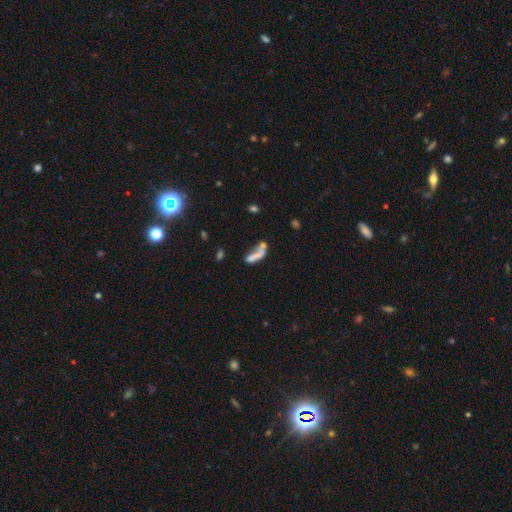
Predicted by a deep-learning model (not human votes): The model was most divided on "how rounded": in between: 52%, cigar-shaped: 43%, round: 5%. Remaining: smooth or featured — smooth (56%); merging — merger (41%).